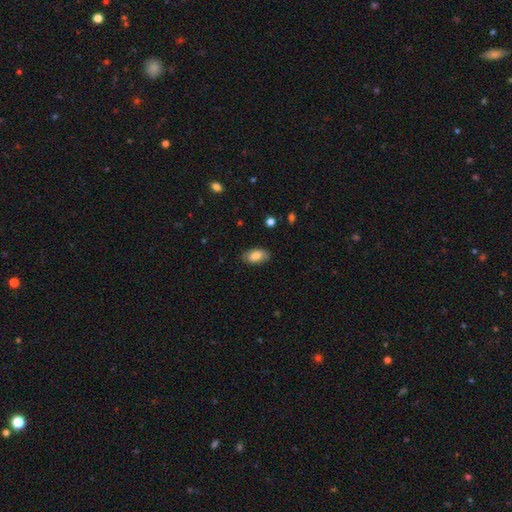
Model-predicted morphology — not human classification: smooth_or_featured: smooth (p=0.82) [alt: featured or disk p=0.11]
how_rounded: in between (p=0.93) [alt: round p=0.04]
merging: none (p=0.84) [alt: minor disturbance p=0.12]